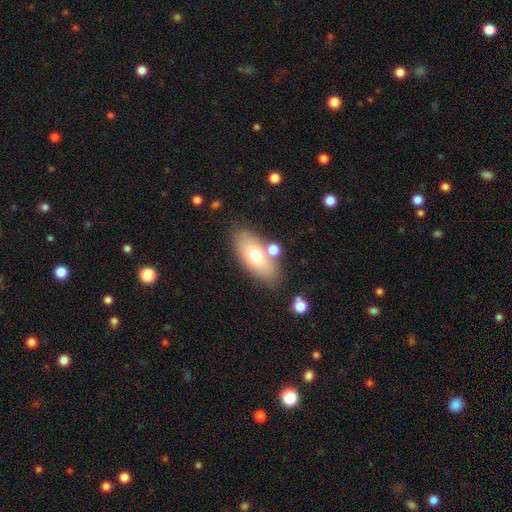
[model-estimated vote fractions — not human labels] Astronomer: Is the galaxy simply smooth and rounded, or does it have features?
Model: smooth — 67%.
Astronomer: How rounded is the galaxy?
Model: in between — 86%.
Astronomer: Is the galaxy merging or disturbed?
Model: none — 73%.